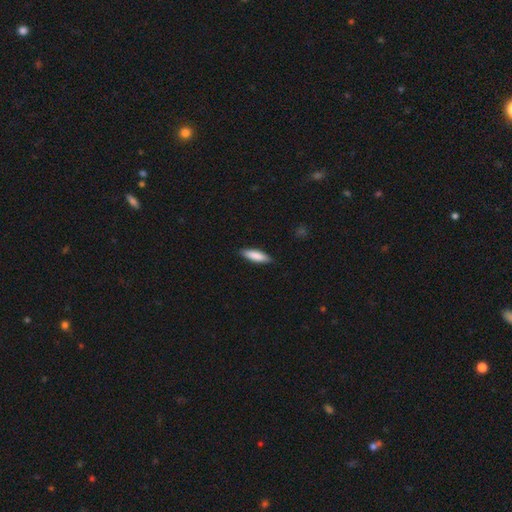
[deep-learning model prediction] Smooth or featured? Predicted: smooth (p=0.85). How rounded? Predicted: cigar-shaped (p=0.57). Merging? Predicted: none (p=0.88).